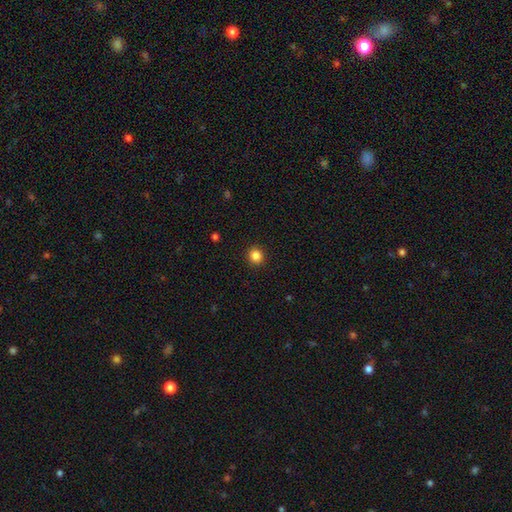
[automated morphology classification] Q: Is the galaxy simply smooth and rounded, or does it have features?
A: smooth — 85%.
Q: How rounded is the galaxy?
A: round — 89%.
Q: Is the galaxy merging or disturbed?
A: none — 92%.